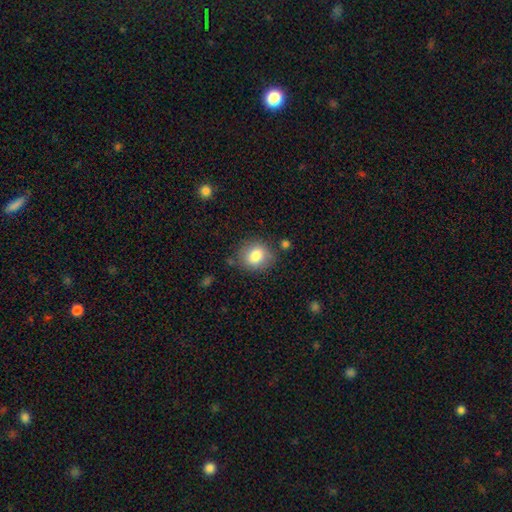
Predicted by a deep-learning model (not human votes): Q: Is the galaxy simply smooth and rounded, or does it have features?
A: smooth — 80%.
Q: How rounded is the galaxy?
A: round — 71%.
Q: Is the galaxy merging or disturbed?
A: none — 78%.